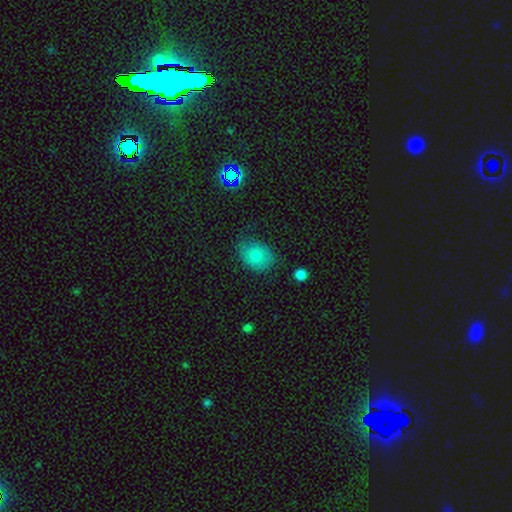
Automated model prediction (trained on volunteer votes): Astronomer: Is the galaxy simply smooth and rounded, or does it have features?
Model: smooth — 81%.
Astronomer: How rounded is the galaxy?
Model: in between — 64%.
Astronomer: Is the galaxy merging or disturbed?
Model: none — 64%.